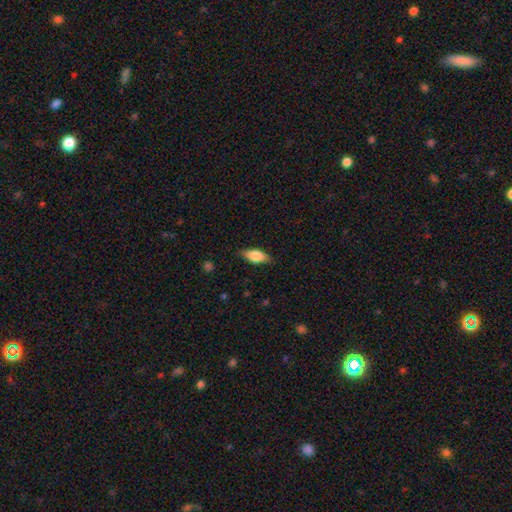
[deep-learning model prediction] This appears to be a smooth galaxy with no disk features (75%) that is in between round and cigar-shaped (81%). Merging: none (83%).